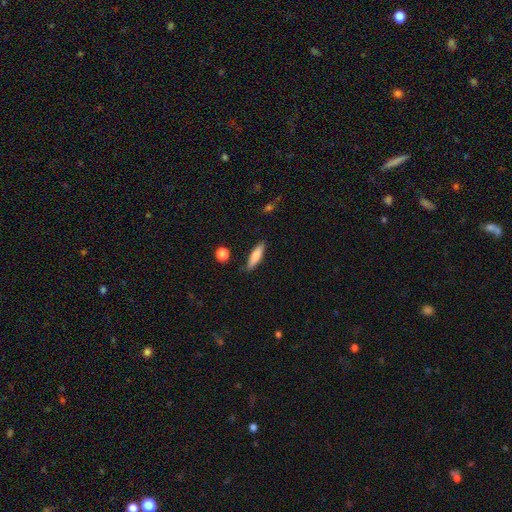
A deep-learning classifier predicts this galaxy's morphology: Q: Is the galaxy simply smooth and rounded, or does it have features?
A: smooth — 77%.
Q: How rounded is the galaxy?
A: cigar-shaped — 66%.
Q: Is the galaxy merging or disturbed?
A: none — 84%.